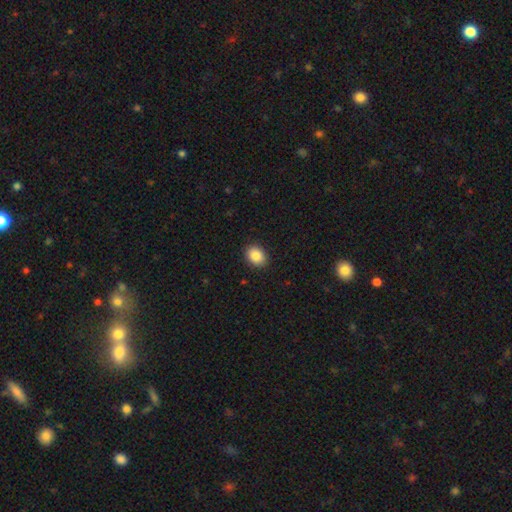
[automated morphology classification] A smooth galaxy with no disk features (88%) that is in between round and cigar-shaped (62%). Merging: none (89%).